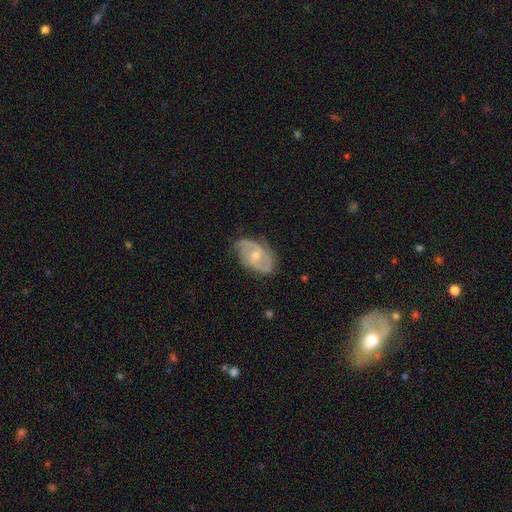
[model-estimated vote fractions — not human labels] Smooth or featured? Predicted: featured or disk (p=0.78). Edge-on disk? Predicted: no (p=0.96). Bar? Predicted: no (p=0.50). Spiral arms? Predicted: yes (p=0.92). Spiral winding? Predicted: medium (p=0.51). Spiral arm count? Predicted: 2 (p=0.83). Bulge size? Predicted: moderate (p=0.51). Merging? Predicted: none (p=0.73).